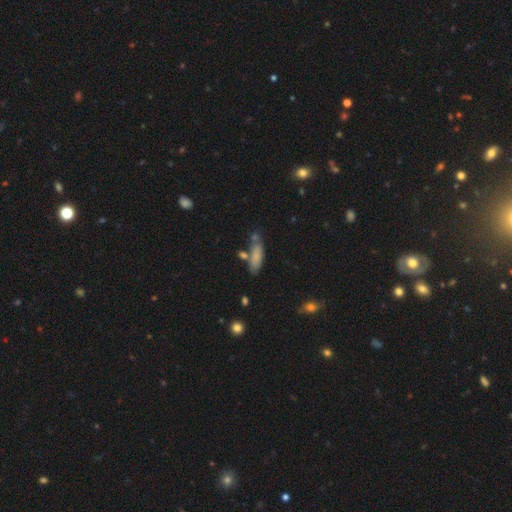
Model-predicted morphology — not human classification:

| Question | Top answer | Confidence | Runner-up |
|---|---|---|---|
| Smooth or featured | smooth | 79% | featured or disk (13%) |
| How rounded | cigar-shaped | 53% | in between (45%) |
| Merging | none | 63% | minor disturbance (19%) |